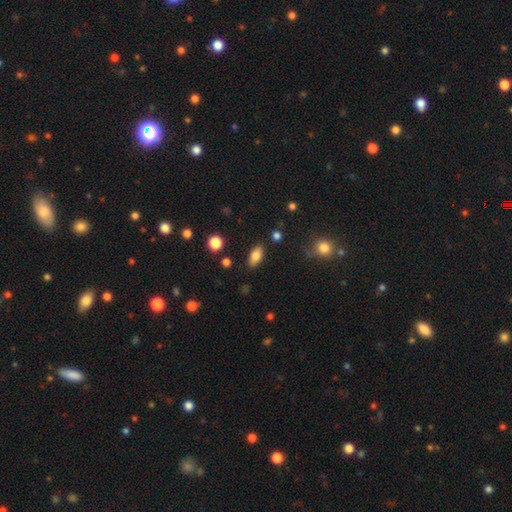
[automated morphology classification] smooth 81%, featured or disk 11%, star or artifact 8%. Down the decision tree: how rounded — in between (87%); merging — none (85%).